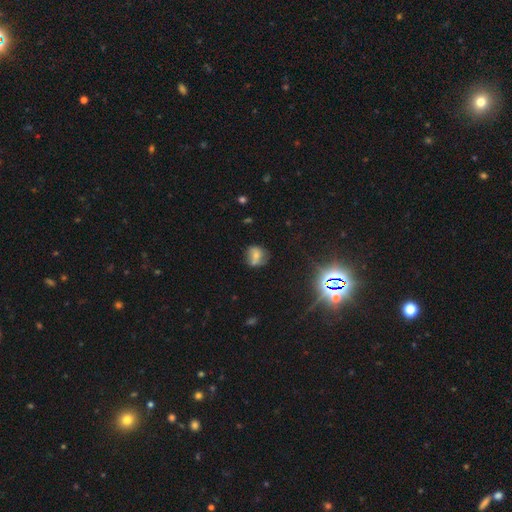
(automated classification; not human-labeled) This is possibly a smooth galaxy (58%). How rounded: likely round (68%). Merging: possibly none (56%).